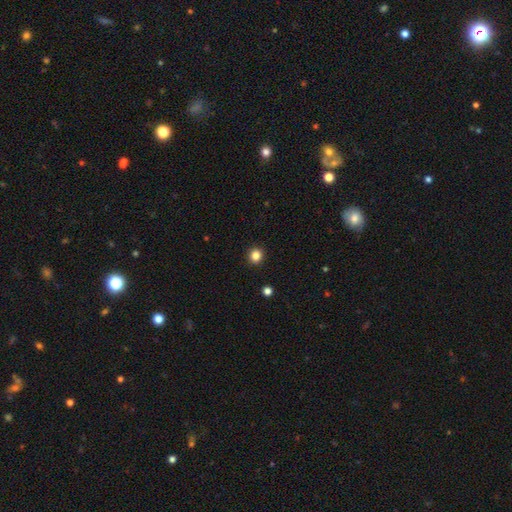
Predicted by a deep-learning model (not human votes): Smooth or featured? Predicted: smooth (p=0.84). How rounded? Predicted: round (p=0.91). Merging? Predicted: none (p=0.93).